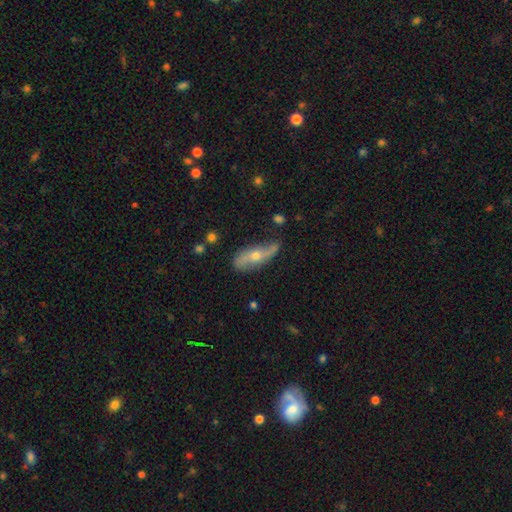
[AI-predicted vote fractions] smooth-or-featured: featured or disk: 64% | smooth: 29% | star or artifact: 7%
  disk-edge-on: no: 70% | yes: 30%
  merging: none: 67% | minor disturbance: 24% | major disturbance: 7% | merger: 3%